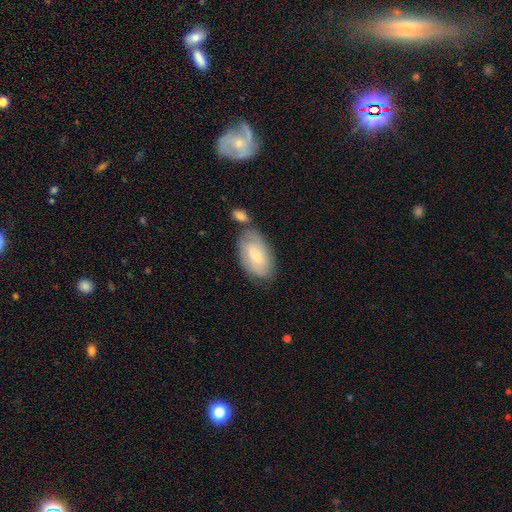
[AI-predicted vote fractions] Overall: smooth (54%; featured or disk 40%). How rounded: in between (93%). Merging: none (58%; minor disturbance 19%).